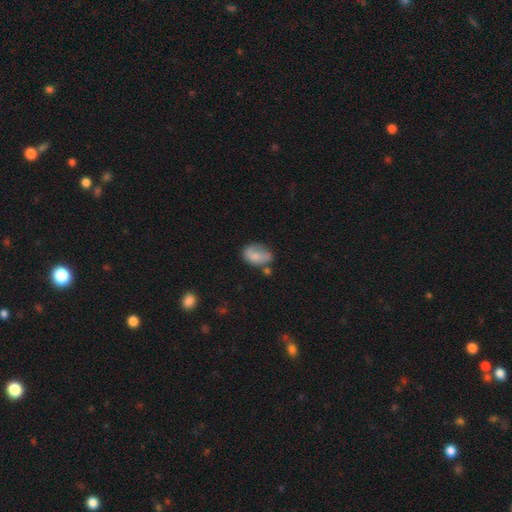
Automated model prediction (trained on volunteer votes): Smooth or featured? Predicted: smooth (p=0.70). How rounded? Predicted: in between (p=0.82). Merging? Predicted: none (p=0.41).